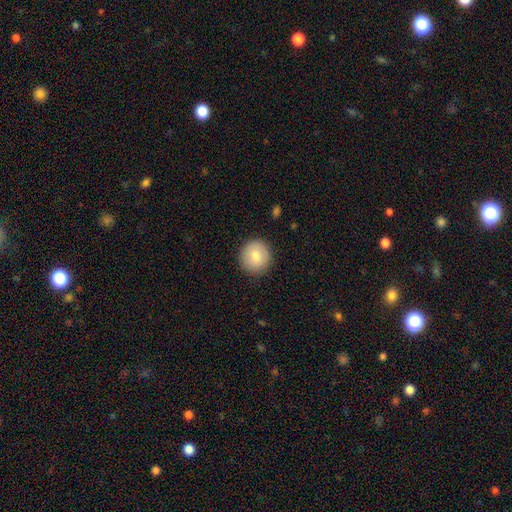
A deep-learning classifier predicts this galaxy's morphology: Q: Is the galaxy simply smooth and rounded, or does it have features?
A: smooth — 78%.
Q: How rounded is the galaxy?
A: round — 92%.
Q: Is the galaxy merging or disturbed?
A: none — 89%.